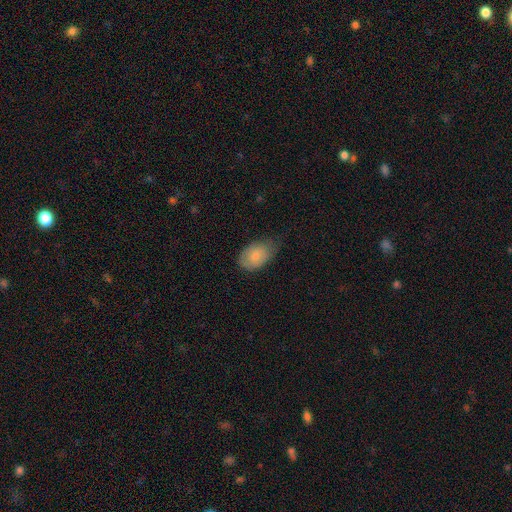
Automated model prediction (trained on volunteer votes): A smooth galaxy with no disk features (77%) that is in between round and cigar-shaped (88%).

Vote fractions:
- Smooth or featured? smooth: 77% / featured or disk: 16% / star or artifact: 7%
- How rounded? in between: 88% / round: 11% / cigar-shaped: 1%
- Merging? none: 52% / minor disturbance: 37% / major disturbance: 10% / merger: 1%